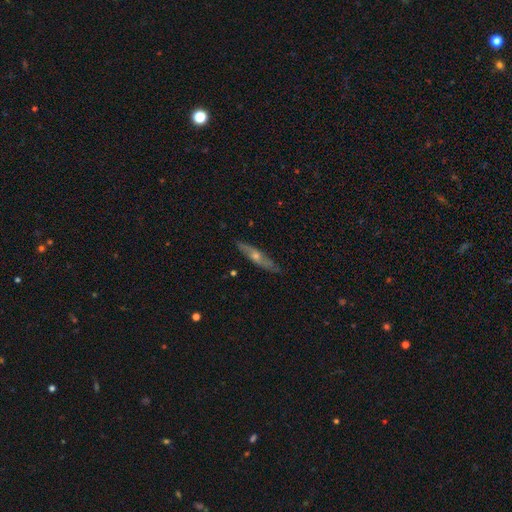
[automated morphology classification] Overall: featured or disk (64%; smooth 29%). Edge-on disk: yes (80%). Edge-on bulge: rounded (84%). Merging: none (84%).